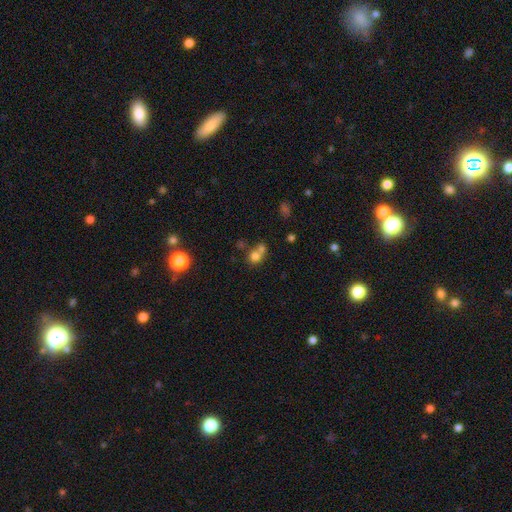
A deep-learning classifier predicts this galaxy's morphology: This is likely a smooth galaxy (74%). How rounded: likely round (80%). Merging: possibly merger (51%).